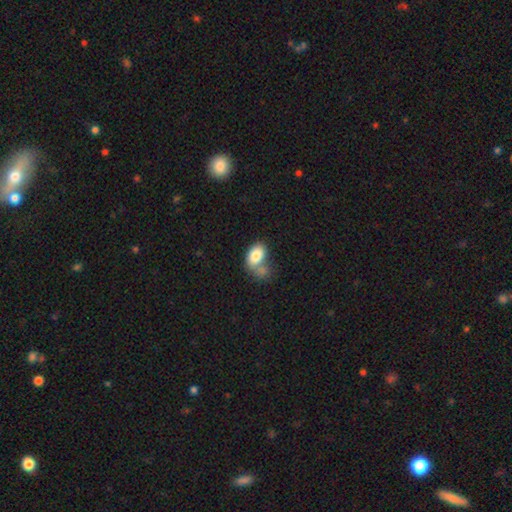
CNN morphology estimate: smooth 81%, featured or disk 11%, star or artifact 7%. Down the decision tree: how rounded — in between (87%); merging — merger (44%).